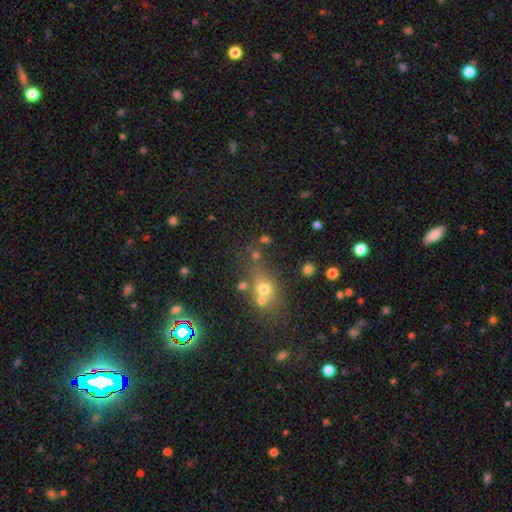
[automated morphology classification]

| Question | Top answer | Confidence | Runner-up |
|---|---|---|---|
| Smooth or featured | smooth | 51% | star or artifact (33%) |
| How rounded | round | 66% | in between (29%) |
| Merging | none | 55% | merger (27%) |